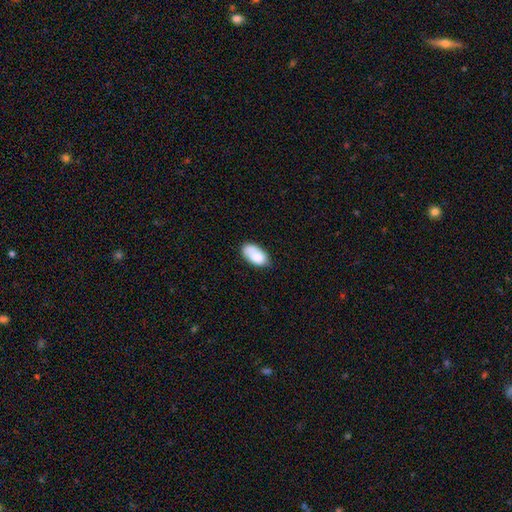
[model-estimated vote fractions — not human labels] smooth-or-featured: smooth: 82% | featured or disk: 11% | star or artifact: 7%
  how-rounded: in between: 95% | round: 3% | cigar-shaped: 2%
  merging: none: 67% | minor disturbance: 24% | major disturbance: 5% | merger: 3%